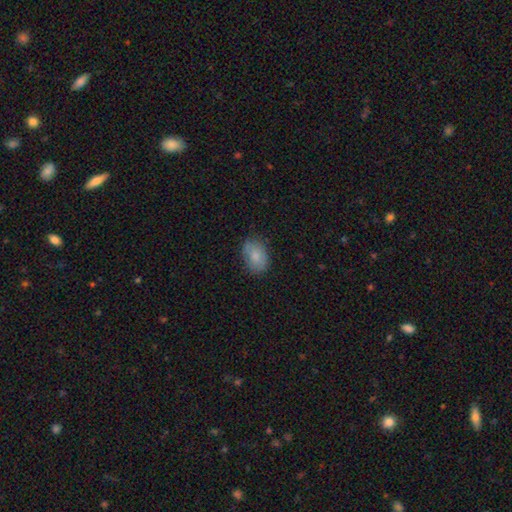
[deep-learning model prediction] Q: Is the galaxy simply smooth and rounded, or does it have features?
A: smooth — 82%.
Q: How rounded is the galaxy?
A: in between — 78%.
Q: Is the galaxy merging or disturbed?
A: none — 78%.